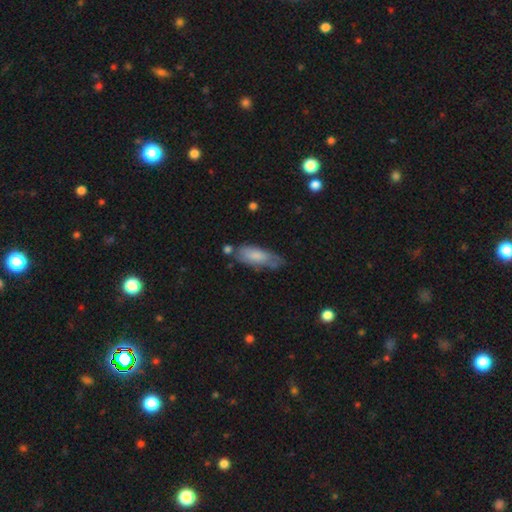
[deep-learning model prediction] A smooth galaxy with no disk features (75%) that is in between round and cigar-shaped (70%).

Vote fractions:
- Smooth or featured? smooth: 75% / featured or disk: 19% / star or artifact: 6%
- How rounded? in between: 70% / cigar-shaped: 28% / round: 2%
- Merging? none: 49% / minor disturbance: 34% / major disturbance: 10% / merger: 7%